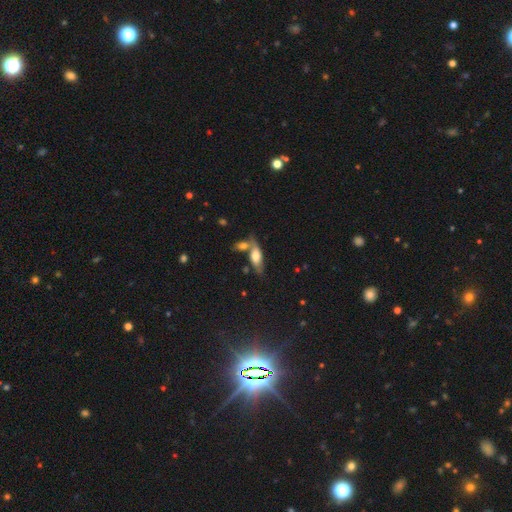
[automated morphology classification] Overall: smooth (58%; featured or disk 34%). How rounded: in between (67%; cigar-shaped 30%). Merging: none (50%; merger 30%).